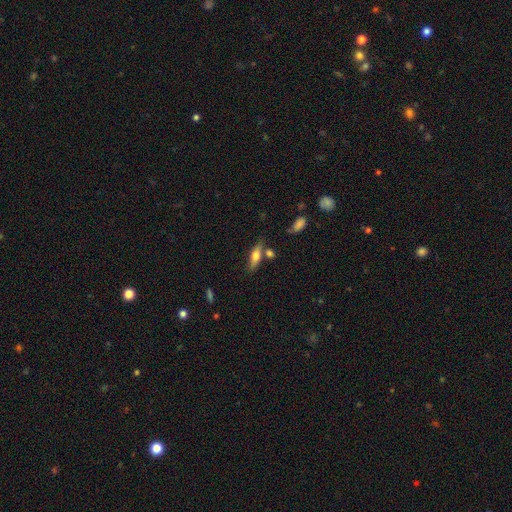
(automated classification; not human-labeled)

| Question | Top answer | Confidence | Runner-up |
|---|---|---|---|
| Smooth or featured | smooth | 59% | featured or disk (34%) |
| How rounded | in between | 52% | cigar-shaped (44%) |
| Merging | none | 66% | minor disturbance (16%) |